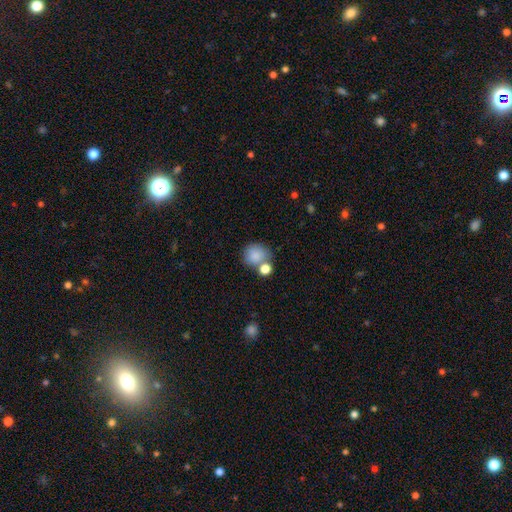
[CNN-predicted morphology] Smooth or featured? smooth (84%)
How rounded? round (82%)
Merging? none (56%)